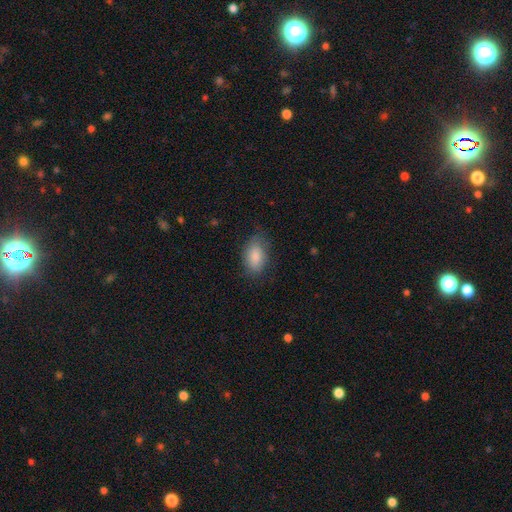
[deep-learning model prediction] Smooth or featured? smooth (85%)
How rounded? in between (91%)
Merging? none (74%)